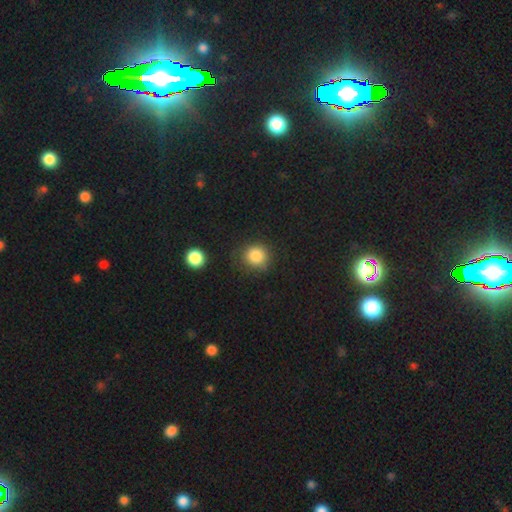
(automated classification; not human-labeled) Smooth or featured?
  - smooth: 85% *
  - star or artifact: 10%
  - featured or disk: 4%
How rounded?
  - round: 88% *
  - in between: 11%
  - cigar-shaped: 1%
Merging?
  - none: 77% *
  - minor disturbance: 15%
  - major disturbance: 5%
  - merger: 3%